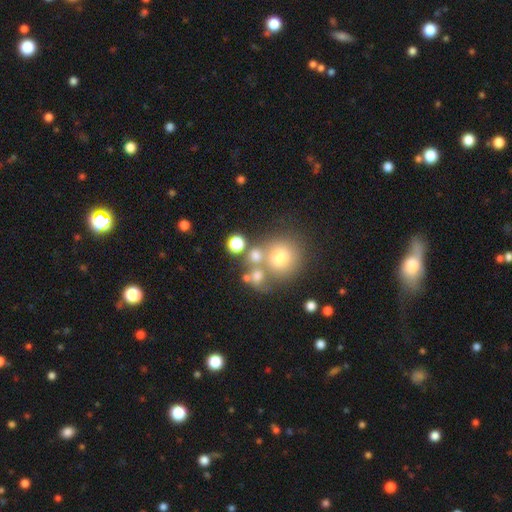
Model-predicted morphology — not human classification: Overall: smooth (68%). How rounded: round (84%). Merging: none (49%; merger 34%).